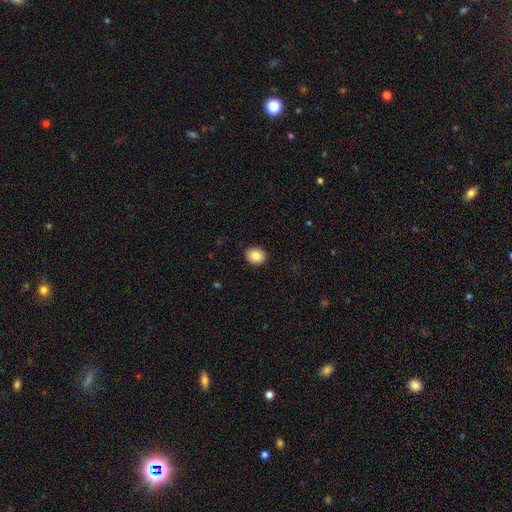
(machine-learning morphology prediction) Smooth or featured?
  - smooth: 87% *
  - star or artifact: 8%
  - featured or disk: 4%
How rounded?
  - round: 65% *
  - in between: 34%
  - cigar-shaped: 1%
Merging?
  - none: 90% *
  - minor disturbance: 7%
  - major disturbance: 2%
  - merger: 1%